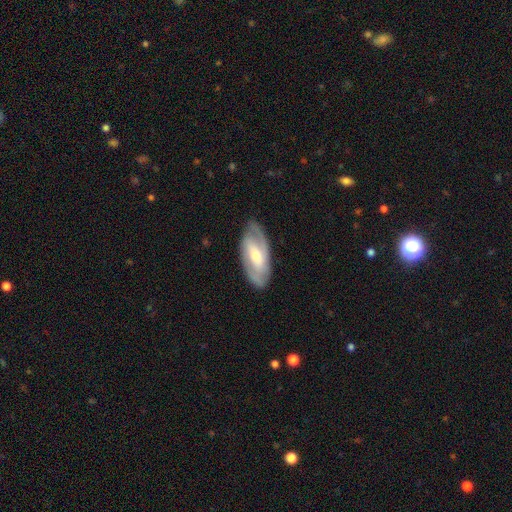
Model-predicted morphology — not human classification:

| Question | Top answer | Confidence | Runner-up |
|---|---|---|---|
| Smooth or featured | featured or disk | 70% | smooth (24%) |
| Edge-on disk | no | 90% | yes (10%) |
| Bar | weak | 41% | strong (32%) |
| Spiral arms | yes | 81% | no (19%) |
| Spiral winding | tight | 42% | medium (40%) |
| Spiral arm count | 2 | 71% | can't tell (19%) |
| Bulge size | moderate | 56% | small (37%) |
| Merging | none | 81% | minor disturbance (14%) |